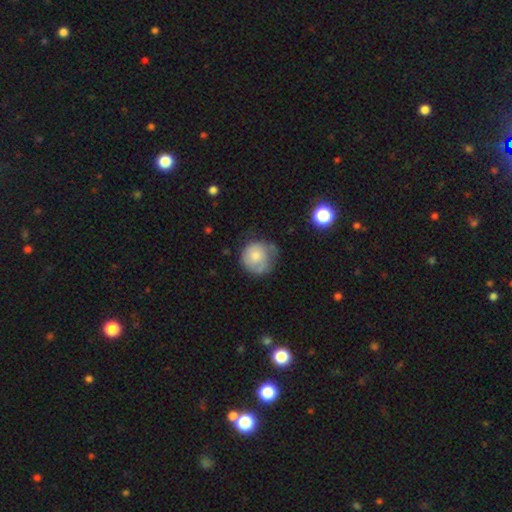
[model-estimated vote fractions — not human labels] smooth 68%, featured or disk 24%, star or artifact 7%. Down the decision tree: how rounded — round (87%); merging — none (48%).